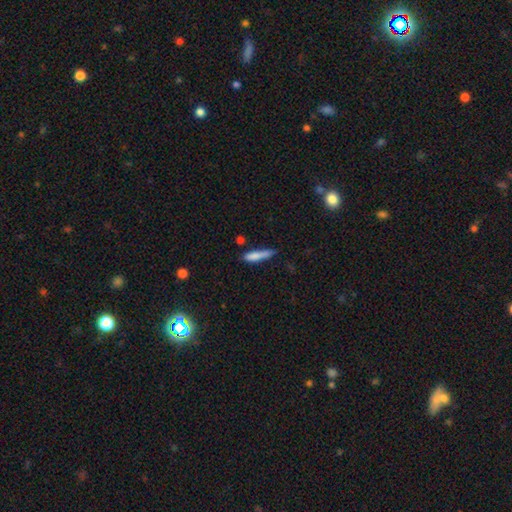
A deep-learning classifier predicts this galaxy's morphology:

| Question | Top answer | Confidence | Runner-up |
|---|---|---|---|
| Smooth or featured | smooth | 78% | featured or disk (15%) |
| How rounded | cigar-shaped | 85% | in between (13%) |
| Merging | none | 58% | minor disturbance (29%) |